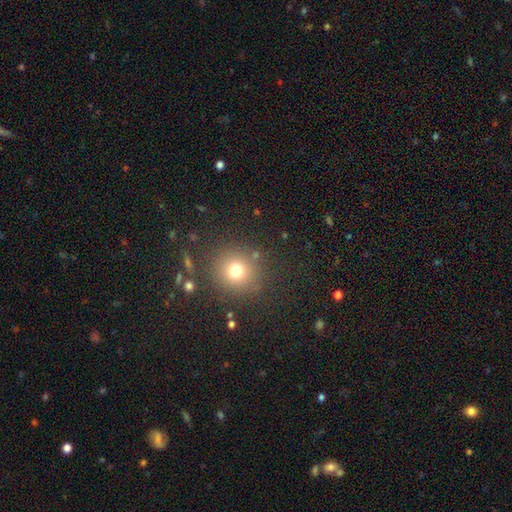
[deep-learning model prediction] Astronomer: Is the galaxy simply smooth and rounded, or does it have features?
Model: smooth — 69%.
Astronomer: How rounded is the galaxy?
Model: round — 91%.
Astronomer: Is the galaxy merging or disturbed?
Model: none — 87%.